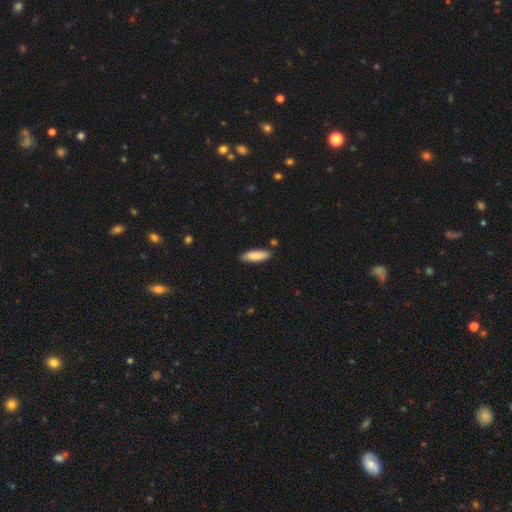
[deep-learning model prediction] Smooth or featured?
  - smooth: 85% *
  - featured or disk: 9%
  - star or artifact: 6%
How rounded?
  - cigar-shaped: 53% *
  - in between: 46%
  - round: 1%
Merging?
  - none: 85% *
  - minor disturbance: 11%
  - merger: 2%
  - major disturbance: 2%